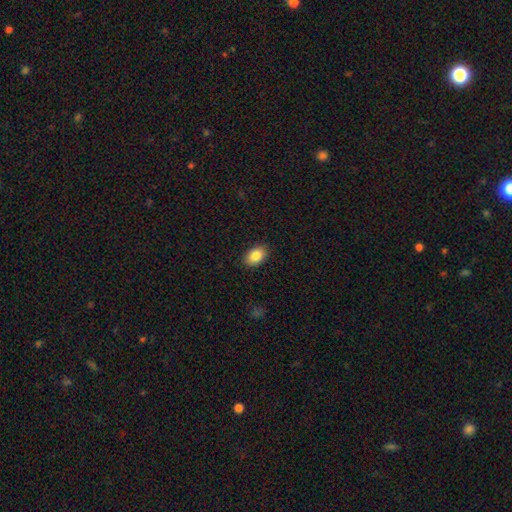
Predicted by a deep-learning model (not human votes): A smooth galaxy with no disk features (87%) that is in between round and cigar-shaped (87%). Merging: none (88%).